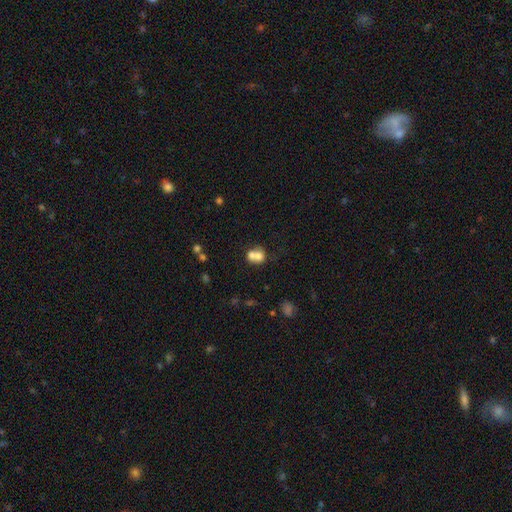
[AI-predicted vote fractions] Smooth or featured? smooth (69%)
How rounded? round (65%)
Merging? merger (65%)